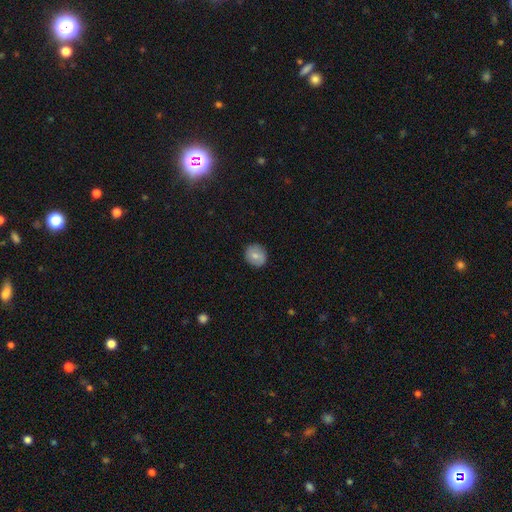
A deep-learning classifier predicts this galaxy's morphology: This appears to be a smooth galaxy with no disk features (73%) that is round (76%). Merging: none (88%).